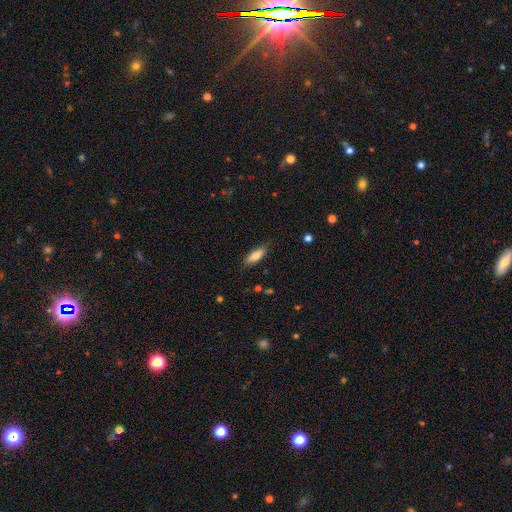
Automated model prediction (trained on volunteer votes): Smooth or featured? smooth (75%)
How rounded? in between (57%)
Merging? none (82%)